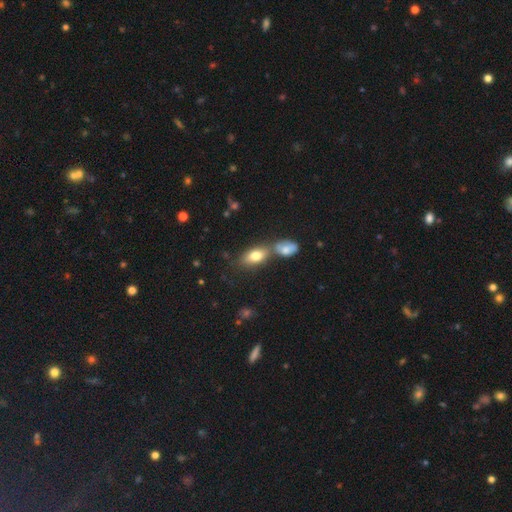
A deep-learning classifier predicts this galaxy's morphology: This appears to be a smooth galaxy with no disk features (77%) that is in between round and cigar-shaped (88%). Merging: none (49%).